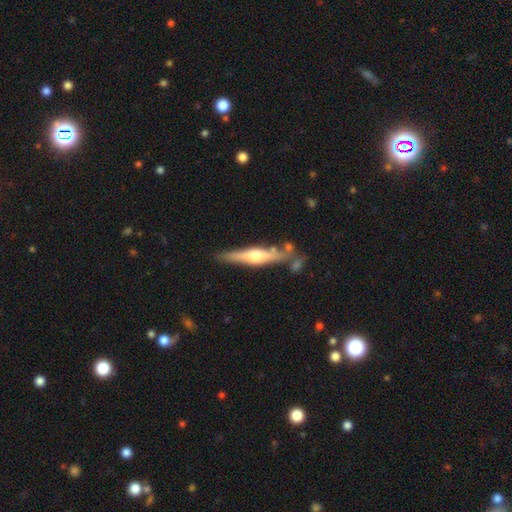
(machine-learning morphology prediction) Overall: featured or disk (62%; smooth 32%). Edge-on disk: yes (94%). Edge-on bulge: rounded (87%). Merging: none (72%).